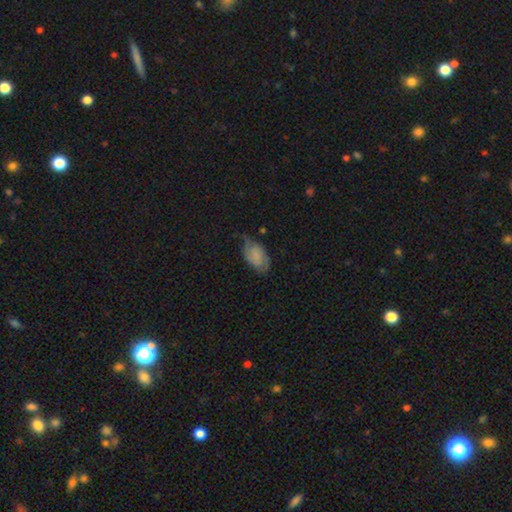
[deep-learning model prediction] smooth-or-featured: smooth: 56% | featured or disk: 36% | star or artifact: 8%
  how-rounded: in between: 92% | round: 6% | cigar-shaped: 2%
  merging: none: 50% | minor disturbance: 35% | major disturbance: 13% | merger: 2%